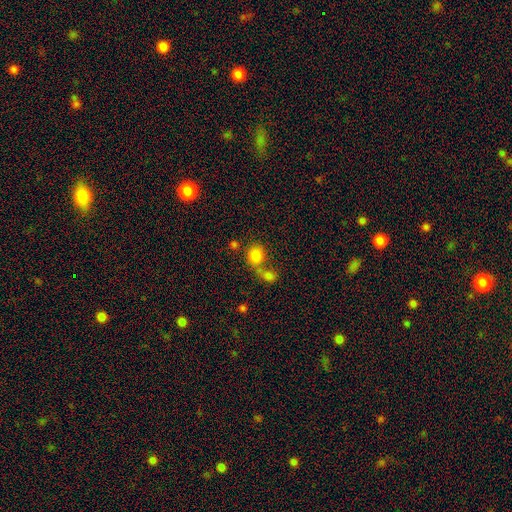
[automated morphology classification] This appears to be a smooth galaxy with no disk features (80%) that is round (71%). Merging: merger (50%).